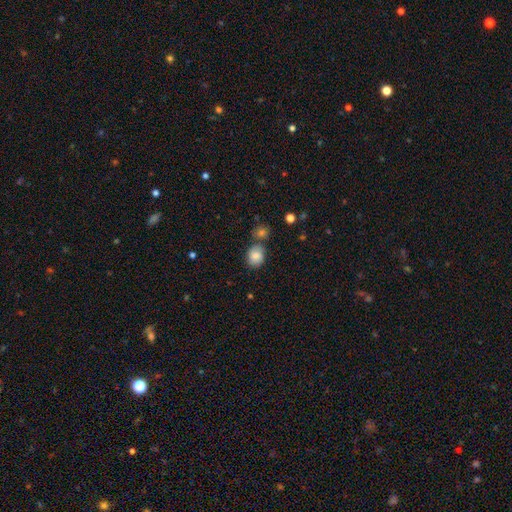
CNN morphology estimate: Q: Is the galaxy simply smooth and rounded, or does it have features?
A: smooth — 81%.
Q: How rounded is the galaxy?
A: round — 57%.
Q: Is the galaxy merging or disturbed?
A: none — 65%.